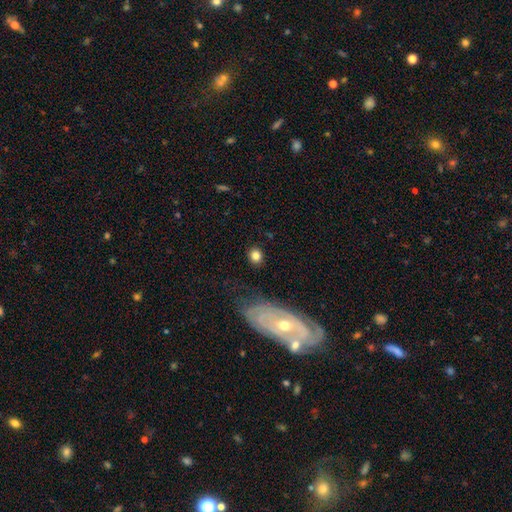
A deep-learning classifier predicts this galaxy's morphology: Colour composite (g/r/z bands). It shows a smooth galaxy with no disk features (78%) that is round (78%). Merging: none (85%).